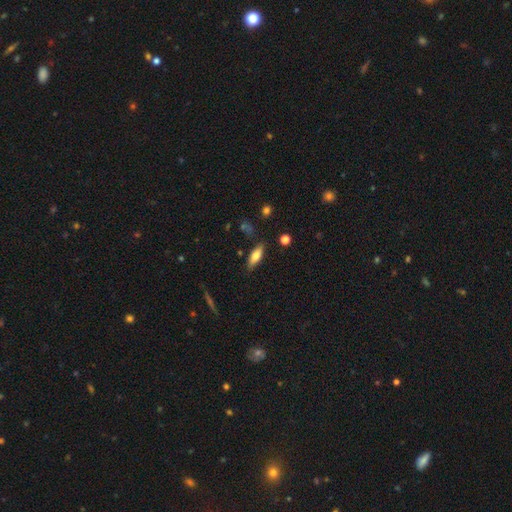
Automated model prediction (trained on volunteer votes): Smooth or featured: smooth — 68% (featured or disk — 25%)
How rounded: in between — 59% (cigar-shaped — 39%)
Merging: none — 80% (minor disturbance — 14%)